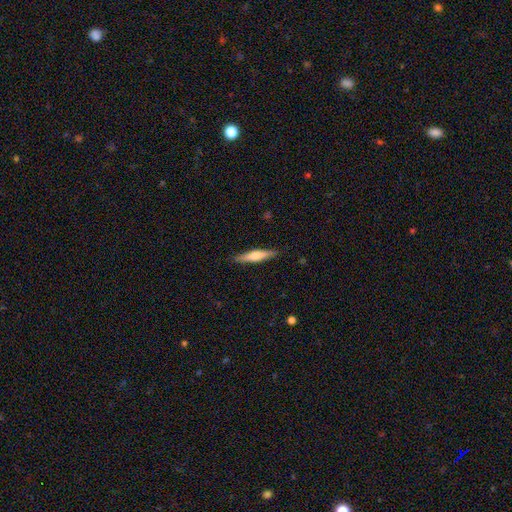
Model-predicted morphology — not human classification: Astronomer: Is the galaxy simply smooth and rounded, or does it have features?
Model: smooth — 55% (runner-up: featured or disk, 39%).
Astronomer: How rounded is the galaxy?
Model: cigar-shaped — 86%.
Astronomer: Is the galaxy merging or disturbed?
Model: none — 88%.